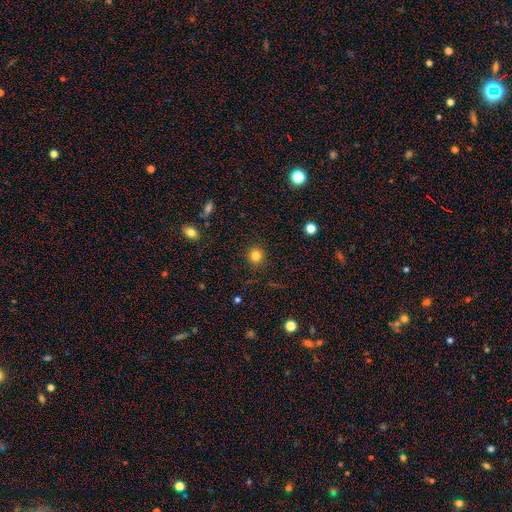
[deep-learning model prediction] This is clearly a smooth galaxy (82%). How rounded: clearly round (91%). Merging: clearly none (90%).